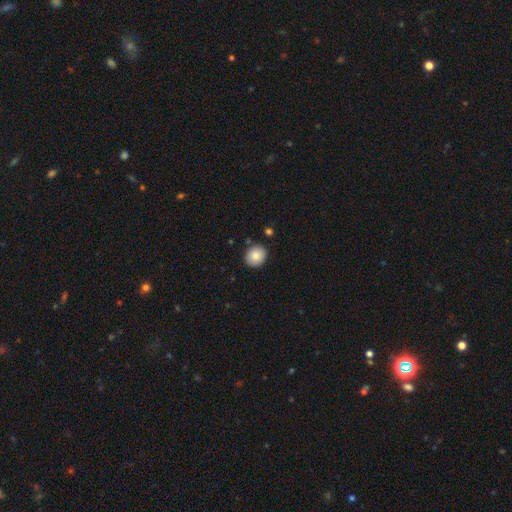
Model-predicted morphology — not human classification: Overall: smooth (85%). How rounded: round (73%). Merging: none (86%).